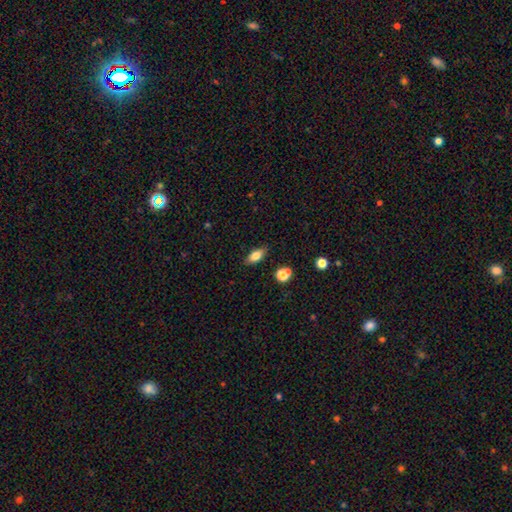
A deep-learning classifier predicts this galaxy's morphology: type=smooth (78%); roundness=in between (83%); merging=none (85%).